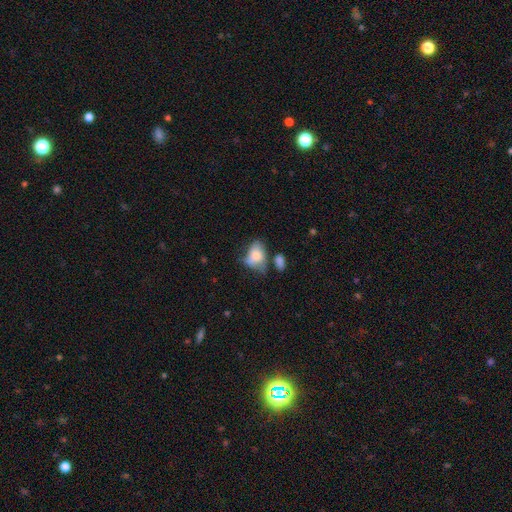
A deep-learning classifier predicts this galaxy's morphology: This is likely a smooth galaxy (72%). How rounded: clearly in between (82%). Merging: marginally minor disturbance (29%).